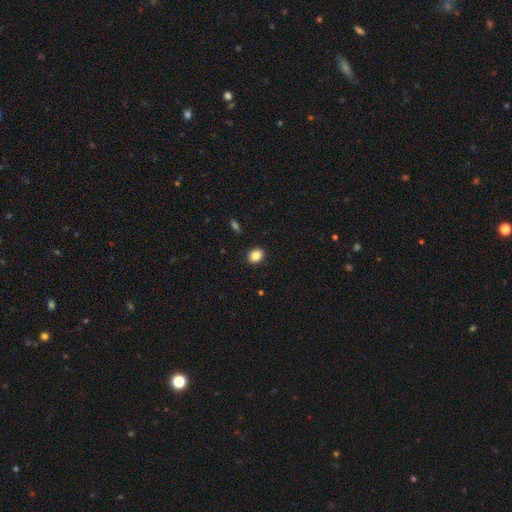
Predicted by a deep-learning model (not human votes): smooth-or-featured: smooth: 86% | star or artifact: 10% | featured or disk: 5%
  how-rounded: round: 65% | in between: 34% | cigar-shaped: 1%
  merging: none: 91% | minor disturbance: 6% | major disturbance: 2% | merger: 1%